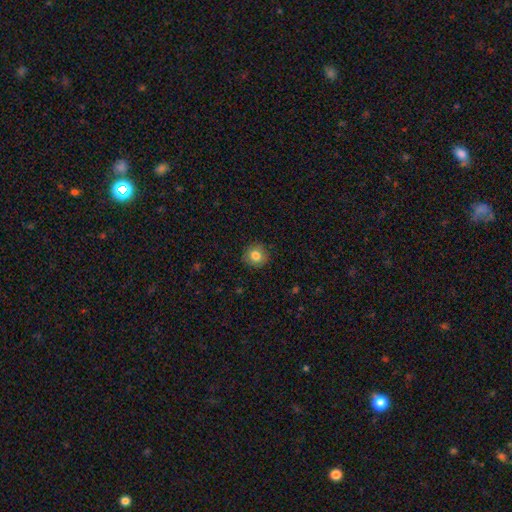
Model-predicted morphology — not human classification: Overall: smooth (83%). How rounded: round (91%). Merging: none (89%).